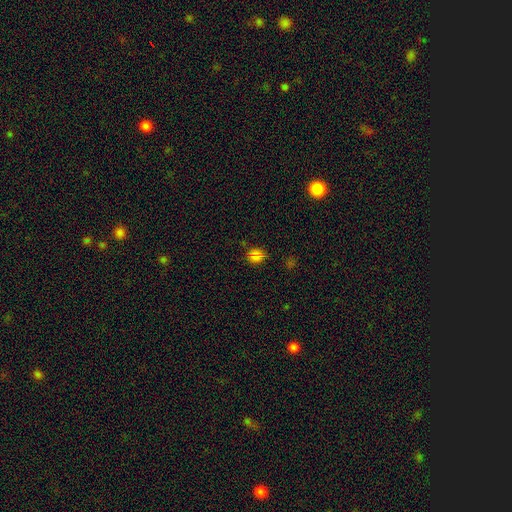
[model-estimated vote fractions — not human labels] The model was most divided on "smooth or featured": smooth: 72%, star or artifact: 21%, featured or disk: 7%. More confident: merging — none (81%); how rounded — round (75%).